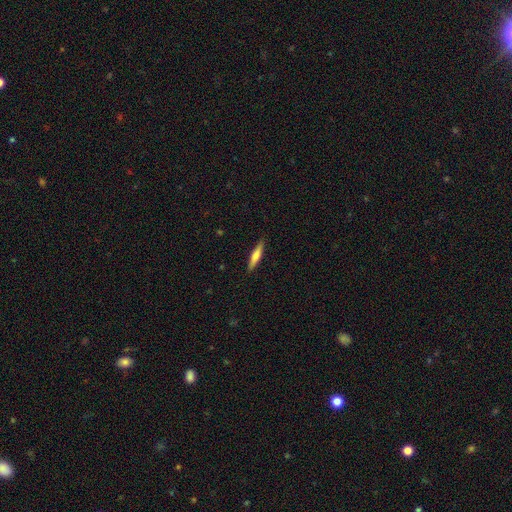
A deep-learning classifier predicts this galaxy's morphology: Smooth or featured: smooth — 63% (featured or disk — 31%)
How rounded: cigar-shaped — 84% (in between — 14%)
Merging: none — 89% (minor disturbance — 8%)